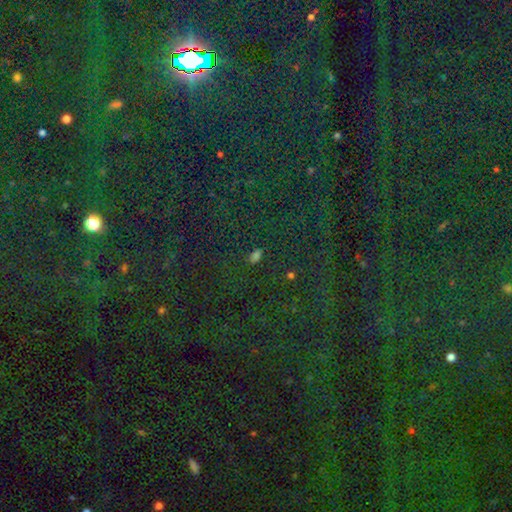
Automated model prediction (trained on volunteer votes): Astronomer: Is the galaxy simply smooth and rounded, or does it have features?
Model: smooth — 53% (runner-up: star or artifact, 40%).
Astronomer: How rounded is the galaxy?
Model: in between — 83%.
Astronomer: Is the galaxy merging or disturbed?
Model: none — 78%.